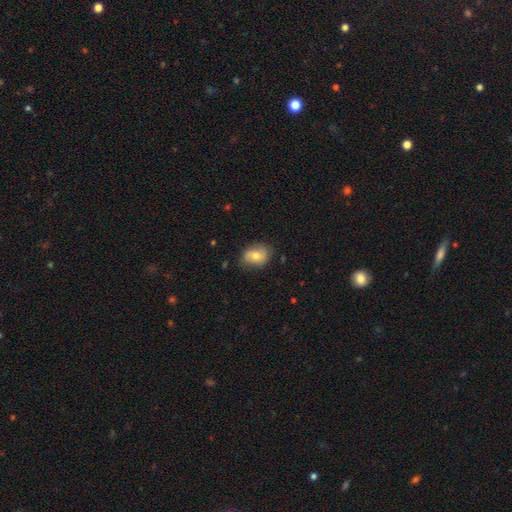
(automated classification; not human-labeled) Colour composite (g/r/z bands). It shows a smooth galaxy with no disk features (69%) that is in between round and cigar-shaped (72%). Merging: none (72%).